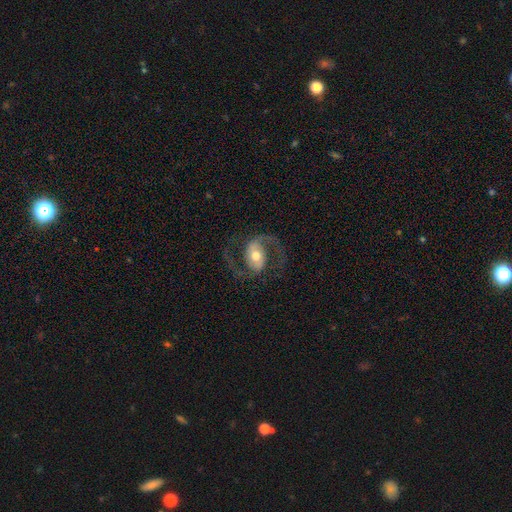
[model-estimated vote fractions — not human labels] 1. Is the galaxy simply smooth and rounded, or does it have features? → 89% featured or disk, 6% smooth, 5% star or artifact.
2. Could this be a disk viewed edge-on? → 98% no, 2% yes.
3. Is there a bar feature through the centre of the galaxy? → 38% no (tied), 38% weak (tied), 25% strong.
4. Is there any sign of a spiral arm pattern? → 96% yes, 4% no.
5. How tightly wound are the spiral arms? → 54% medium, 37% loose, 9% tight.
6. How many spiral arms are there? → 94% 2, 2% can't tell, 2% 1, 1% 3, 1% 4, 1% more than 4.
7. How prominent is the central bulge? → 70% moderate, 17% small, 11% large, 1% dominant, 1% none.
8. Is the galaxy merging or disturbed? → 76% none, 12% major disturbance, 11% minor disturbance, 1% merger.